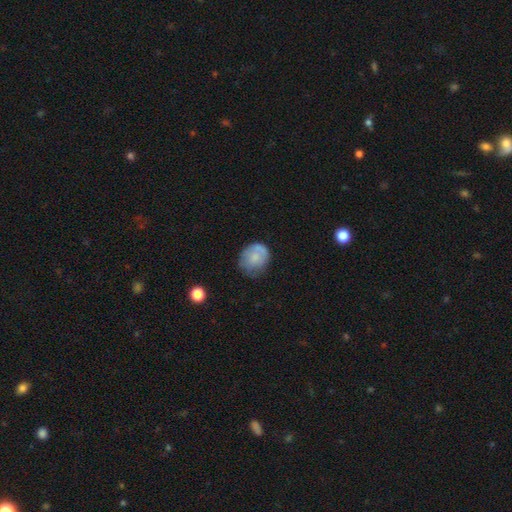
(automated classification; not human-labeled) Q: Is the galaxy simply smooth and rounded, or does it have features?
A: smooth — 69%.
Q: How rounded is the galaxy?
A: round — 69%.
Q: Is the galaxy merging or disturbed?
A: none — 56%.